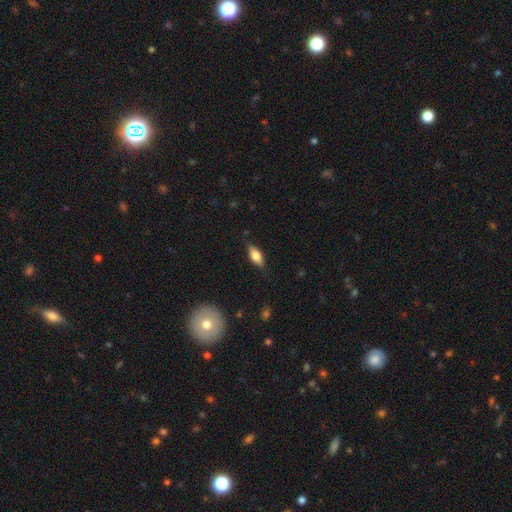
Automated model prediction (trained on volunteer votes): A smooth galaxy with no disk features (56%) that is in between round and cigar-shaped (72%).

Vote fractions:
- Smooth or featured? smooth: 56% / featured or disk: 36% / star or artifact: 7%
- How rounded? in between: 72% / cigar-shaped: 24% / round: 4%
- Merging? none: 81% / minor disturbance: 14% / major disturbance: 3% / merger: 1%